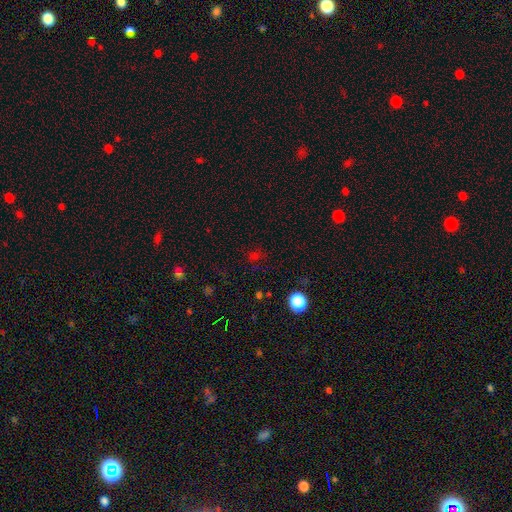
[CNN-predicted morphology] Q: Smooth or featured?
A: star or artifact (50%); runner-up: smooth (42%)